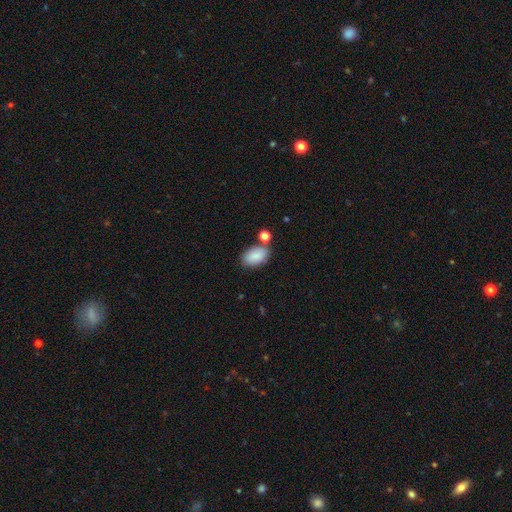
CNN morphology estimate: Smooth or featured? Predicted: smooth (p=0.87). How rounded? Predicted: in between (p=0.92). Merging? Predicted: none (p=0.67).